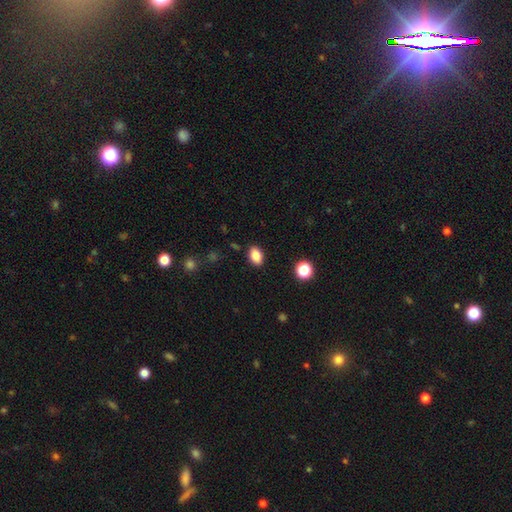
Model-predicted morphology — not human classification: Overall: smooth (85%). How rounded: in between (85%). Merging: none (88%).